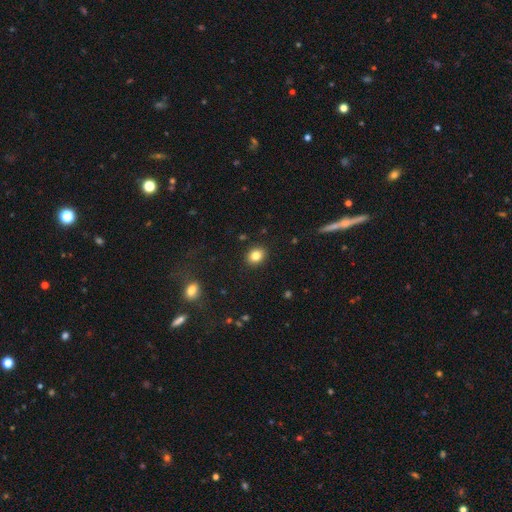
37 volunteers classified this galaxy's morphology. Smooth or featured: smooth — 86% (featured or disk — 11%)
How rounded: in between — 53% (round — 47%)
Merging: none — 89% (minor disturbance — 8%)